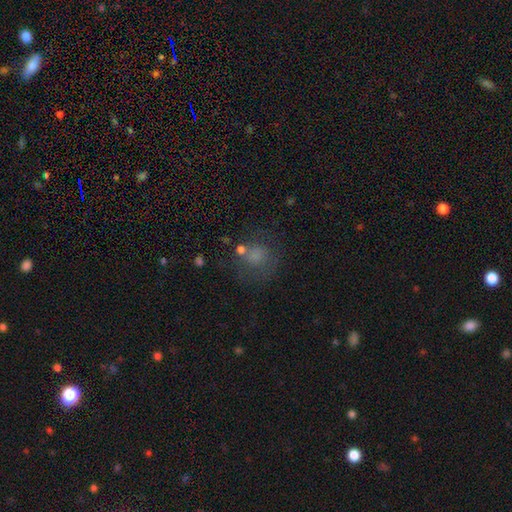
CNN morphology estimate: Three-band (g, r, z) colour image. It shows a smooth galaxy with no disk features (59%) that is round (78%). Merging: none (57%).